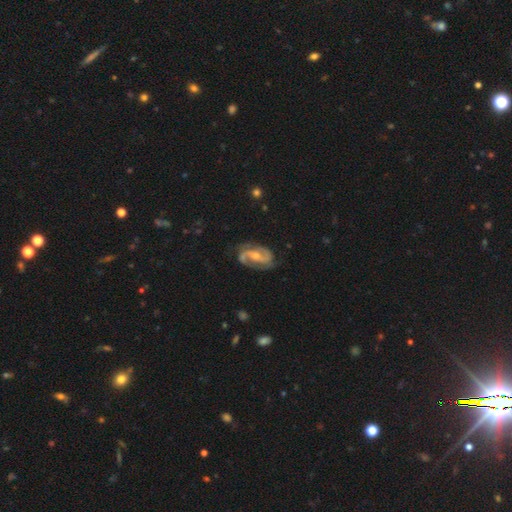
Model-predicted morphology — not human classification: A featured or disk galaxy (89%) with a weak bar (40%), 2 (88%) medium (52%) spiral arms (97%) and a moderate central bulge (50%). Merging: none (73%).